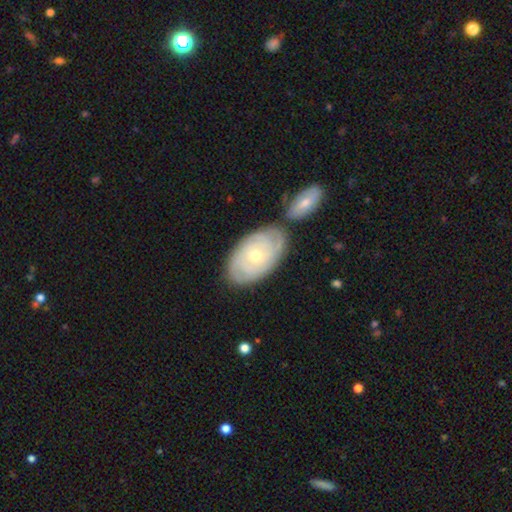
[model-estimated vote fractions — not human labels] This is likely a featured or disk galaxy (70%). It is clearly not viewed edge-on (94%). Bar: clearly no (84%). Spiral arm pattern: clearly yes (83%). Spiral arm count: possibly can't tell (51%). Spiral winding: clearly tight (81%). Central bulge: possibly moderate (50%). Merging: likely none (65%).